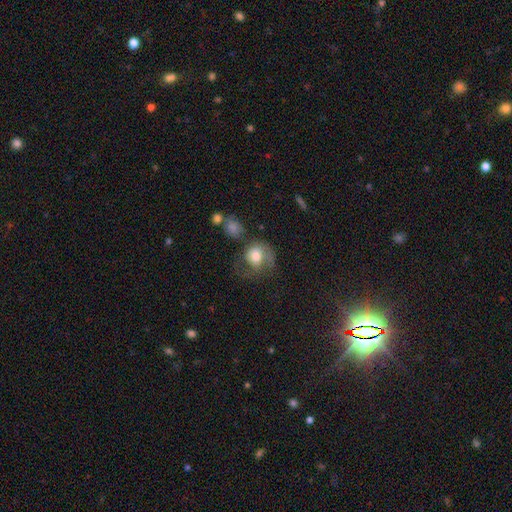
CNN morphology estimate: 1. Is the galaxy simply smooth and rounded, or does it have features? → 64% smooth, 27% featured or disk, 8% star or artifact.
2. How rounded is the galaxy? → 64% round, 35% in between, 1% cigar-shaped.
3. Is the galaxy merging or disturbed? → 40% major disturbance, 29% none, 24% minor disturbance, 7% merger.